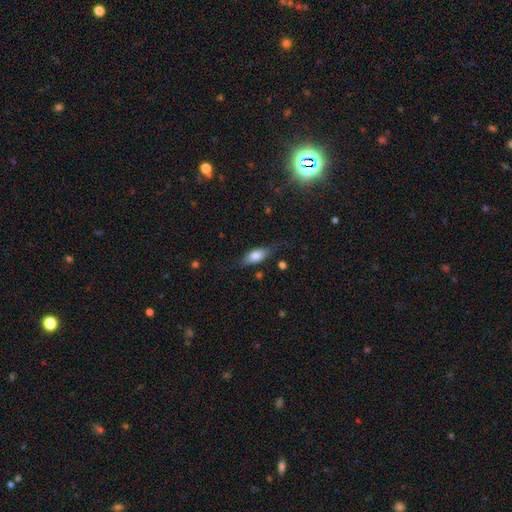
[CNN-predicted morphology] Smooth or featured? smooth (71%)
How rounded? in between (74%)
Merging? none (71%)